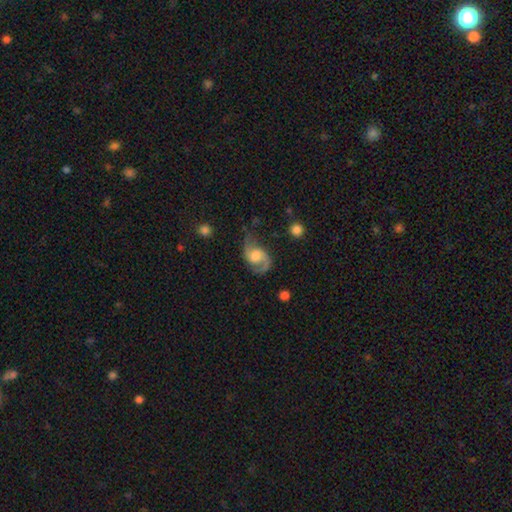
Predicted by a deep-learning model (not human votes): Smooth or featured? Predicted: featured or disk (p=0.83). Edge-on disk? Predicted: no (p=0.98). Bar? Predicted: no (p=0.53). Spiral arms? Predicted: yes (p=0.96). Spiral winding? Predicted: medium (p=0.49). Spiral arm count? Predicted: 2 (p=0.86). Bulge size? Predicted: moderate (p=0.45). Merging? Predicted: none (p=0.60).